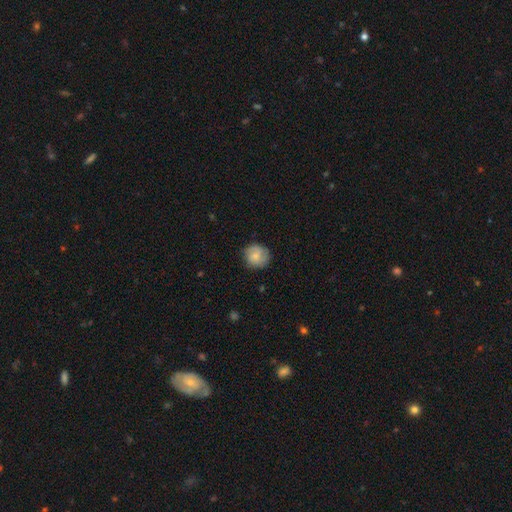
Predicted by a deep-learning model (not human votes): Smooth or featured: smooth — 72% (featured or disk — 21%)
How rounded: round — 87% (in between — 12%)
Merging: none — 80% (minor disturbance — 15%)